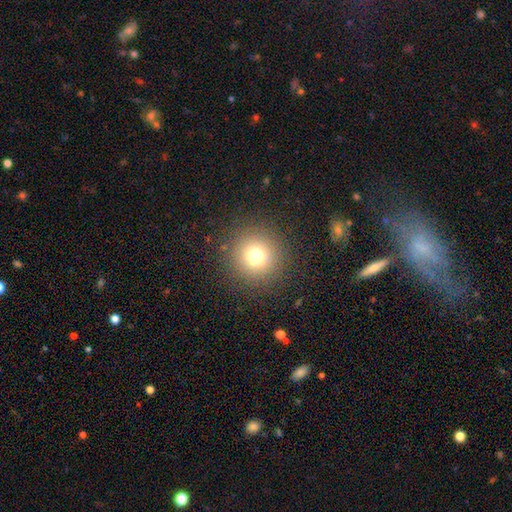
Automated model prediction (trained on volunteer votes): smooth_or_featured: smooth (p=0.73) [alt: star or artifact p=0.17]
how_rounded: round (p=0.96) [alt: in between p=0.03]
merging: none (p=0.89) [alt: minor disturbance p=0.06]